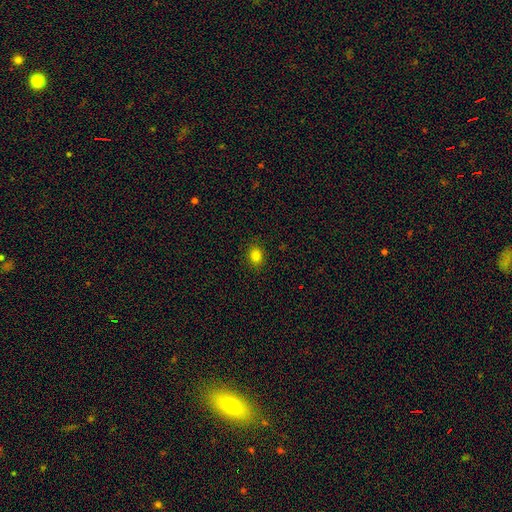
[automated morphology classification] Overall: smooth (83%). How rounded: in between (51%; round 48%). Merging: none (89%).